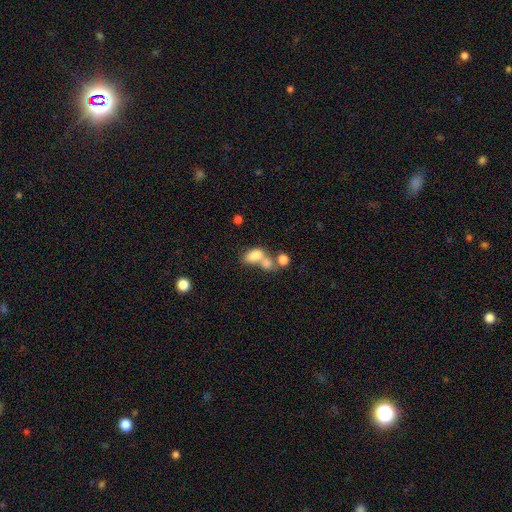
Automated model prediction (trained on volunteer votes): This appears to be a smooth galaxy with no disk features (77%) that is in between round and cigar-shaped (85%). Merging: merger (60%).